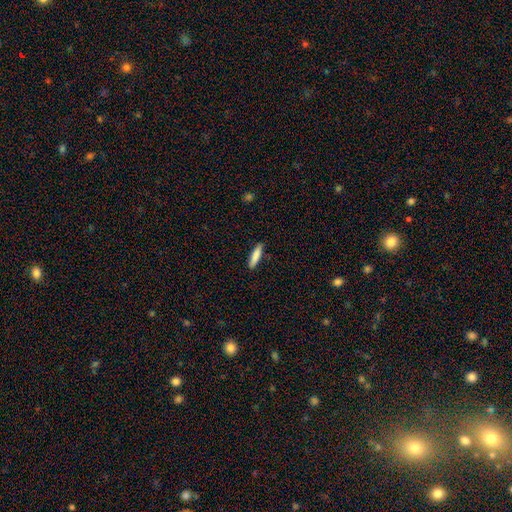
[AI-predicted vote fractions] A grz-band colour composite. It shows a smooth galaxy with no disk features (84%) that is cigar-shaped (78%). Merging: none (87%).